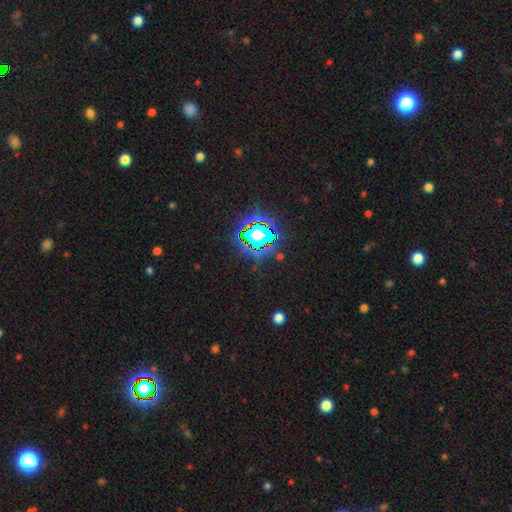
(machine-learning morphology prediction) smooth_or_featured: star or artifact (p=0.82) [alt: smooth p=0.11]